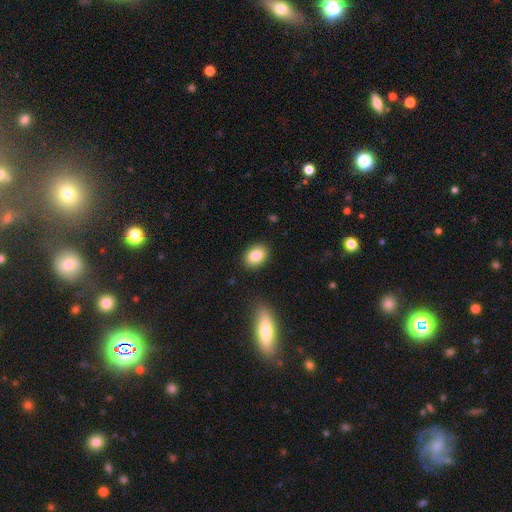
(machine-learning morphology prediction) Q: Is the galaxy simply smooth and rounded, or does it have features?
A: smooth — 85%.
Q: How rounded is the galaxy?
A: in between — 73%.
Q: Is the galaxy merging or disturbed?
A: none — 87%.